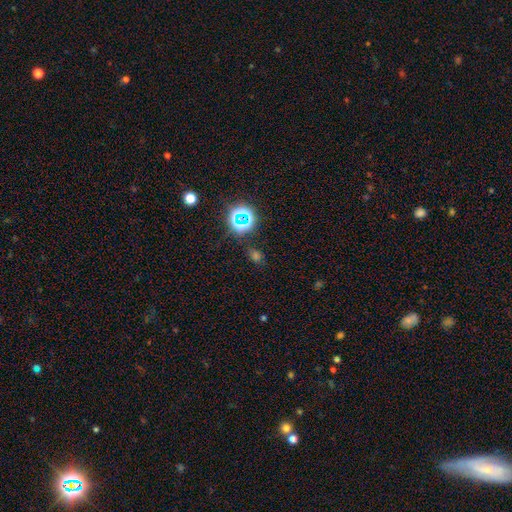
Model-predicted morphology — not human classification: Overall: star or artifact (54%; smooth 39%).